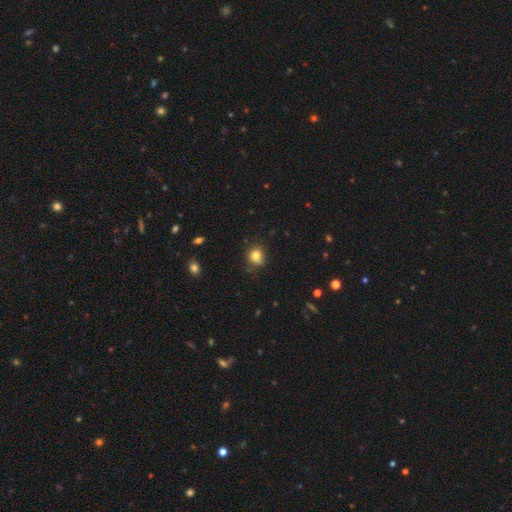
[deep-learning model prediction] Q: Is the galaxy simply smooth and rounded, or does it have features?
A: smooth — 81%.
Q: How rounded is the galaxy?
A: round — 73%.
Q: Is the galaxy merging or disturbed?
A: none — 72%.